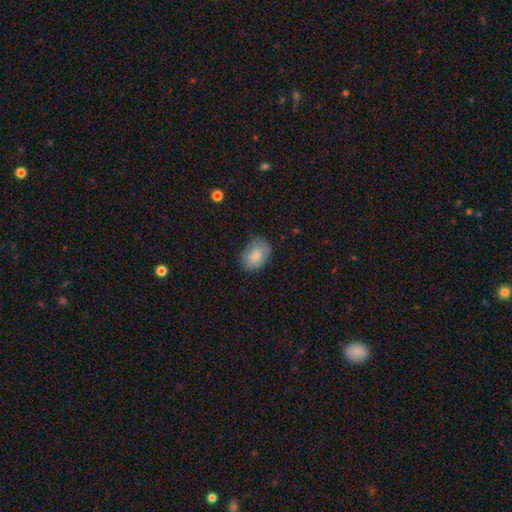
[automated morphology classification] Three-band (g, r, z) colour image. It shows a smooth galaxy with no disk features (79%) that is in between round and cigar-shaped (81%). Merging: none (76%).